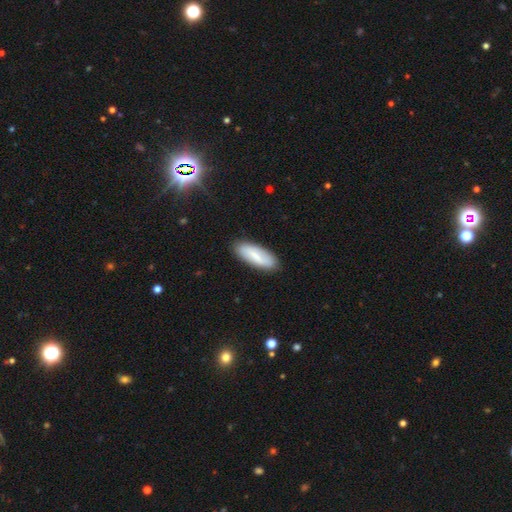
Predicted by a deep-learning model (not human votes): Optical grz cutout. It shows a smooth galaxy with no disk features (71%) that is in between round and cigar-shaped (66%). Merging: none (87%).